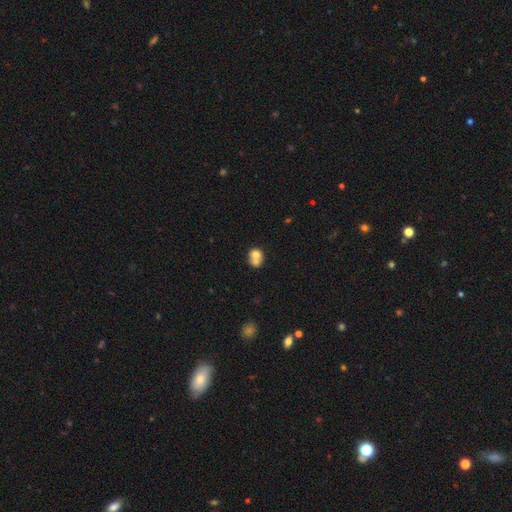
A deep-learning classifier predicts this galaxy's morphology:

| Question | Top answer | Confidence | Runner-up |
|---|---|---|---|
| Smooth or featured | smooth | 68% | featured or disk (22%) |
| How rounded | round | 67% | in between (33%) |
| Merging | merger | 61% | none (27%) |